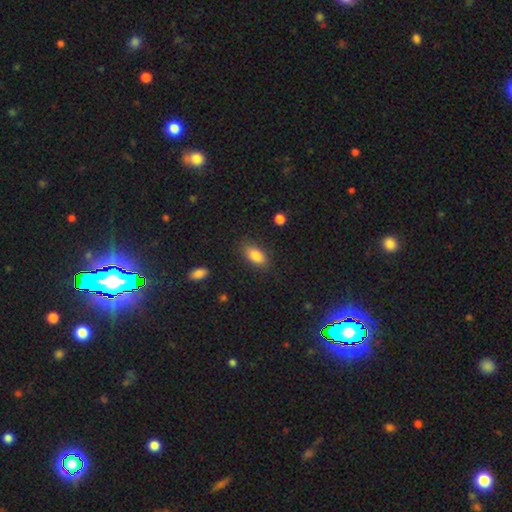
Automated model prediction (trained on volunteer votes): Q: Smooth or featured?
A: smooth (85%); runner-up: star or artifact (8%)
Q: How rounded?
A: in between (88%); runner-up: cigar-shaped (7%)
Q: Merging?
A: none (83%); runner-up: minor disturbance (12%)